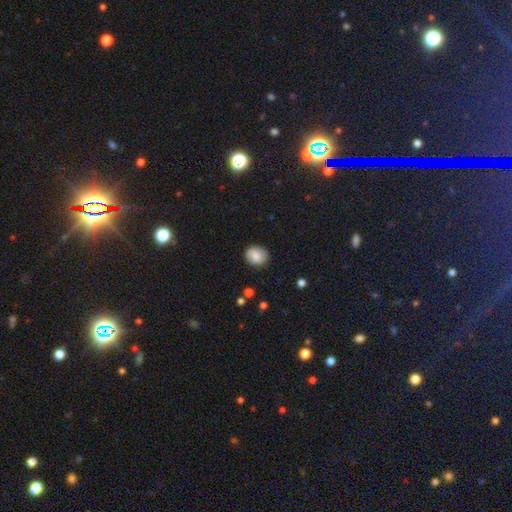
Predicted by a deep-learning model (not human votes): Q: Smooth or featured?
A: smooth (84%); runner-up: star or artifact (8%)
Q: How rounded?
A: round (75%); runner-up: in between (24%)
Q: Merging?
A: none (87%); runner-up: minor disturbance (10%)